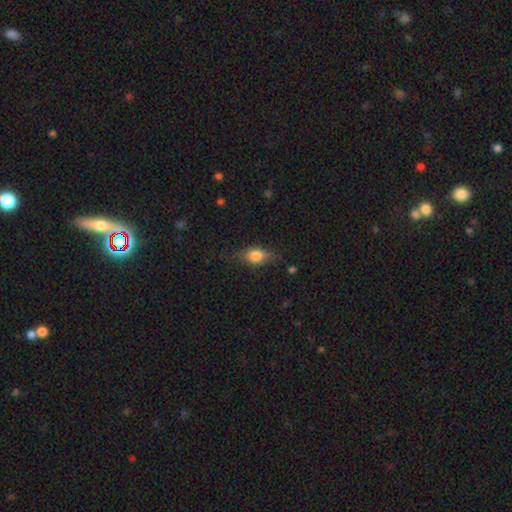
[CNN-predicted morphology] Smooth or featured? smooth (69%)
How rounded? in between (70%)
Merging? none (68%)